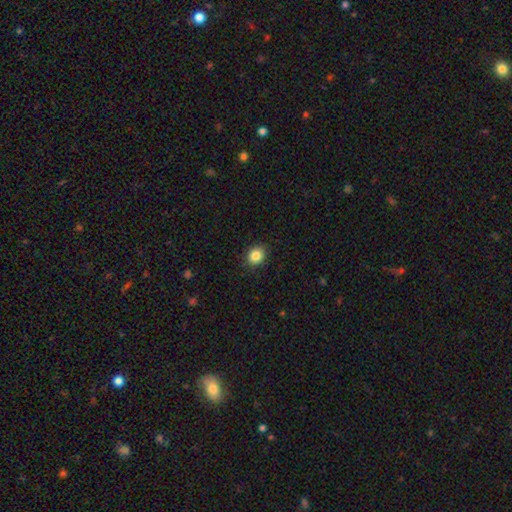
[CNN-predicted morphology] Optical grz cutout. It shows a smooth galaxy with no disk features (85%) that is round (67%). Merging: none (90%).